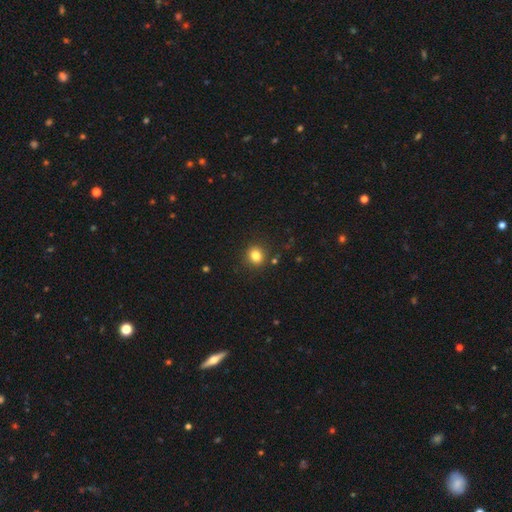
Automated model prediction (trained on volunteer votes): smooth_or_featured: smooth (p=0.83) [alt: star or artifact p=0.12]
how_rounded: round (p=0.77) [alt: in between p=0.22]
merging: none (p=0.87) [alt: minor disturbance p=0.08]